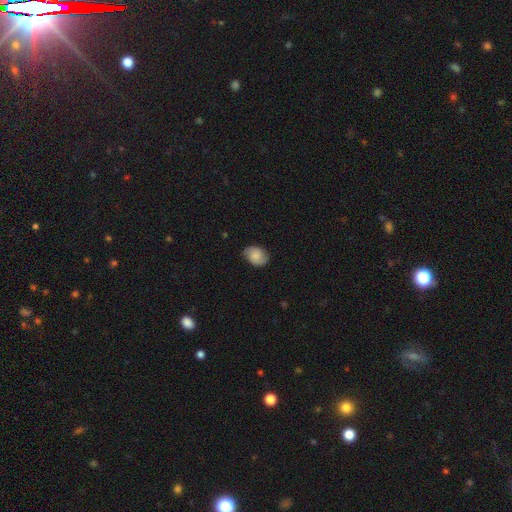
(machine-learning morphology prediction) Q: Smooth or featured?
A: smooth (66%); runner-up: featured or disk (25%)
Q: How rounded?
A: in between (70%); runner-up: round (29%)
Q: Merging?
A: none (76%); runner-up: minor disturbance (19%)